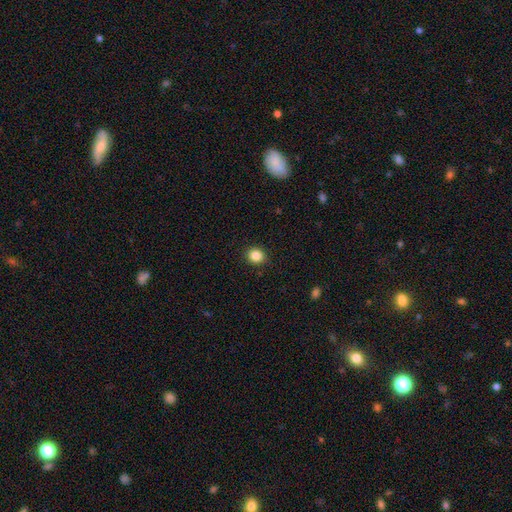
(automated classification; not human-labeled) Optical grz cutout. It shows a smooth galaxy with no disk features (86%) that is round (75%). Merging: none (90%).